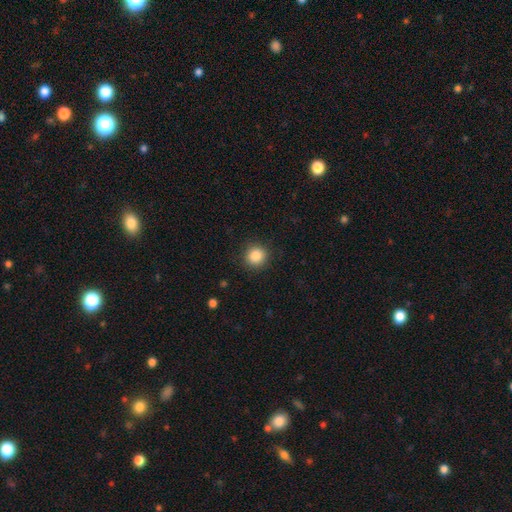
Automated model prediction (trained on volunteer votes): smooth_or_featured: smooth (p=0.85) [alt: star or artifact p=0.10]
how_rounded: round (p=0.92) [alt: in between p=0.08]
merging: none (p=0.90) [alt: minor disturbance p=0.07]